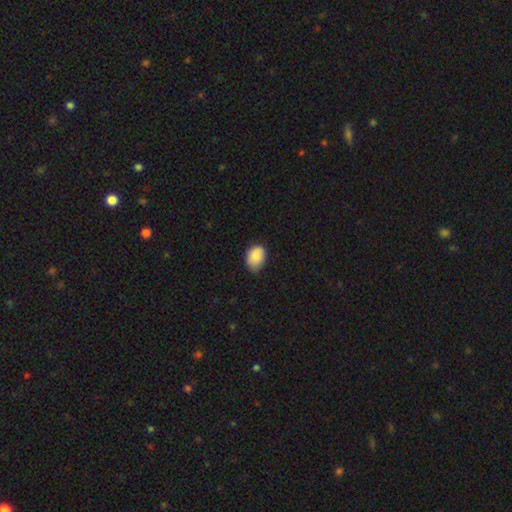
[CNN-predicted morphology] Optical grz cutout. It shows a smooth galaxy with no disk features (87%) that is in between round and cigar-shaped (66%). Merging: none (66%).